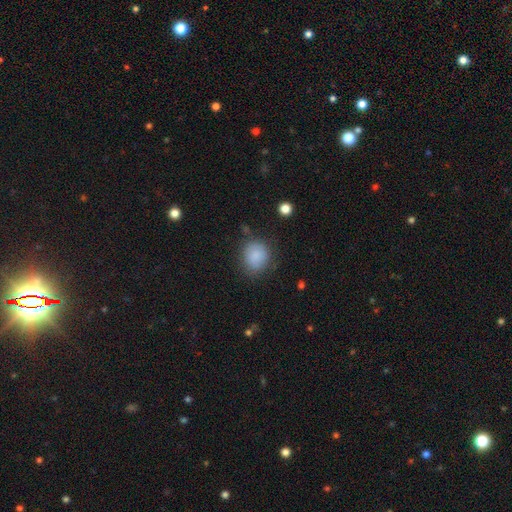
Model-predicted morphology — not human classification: A smooth galaxy with no disk features (84%) that is round (76%). Merging: none (72%).